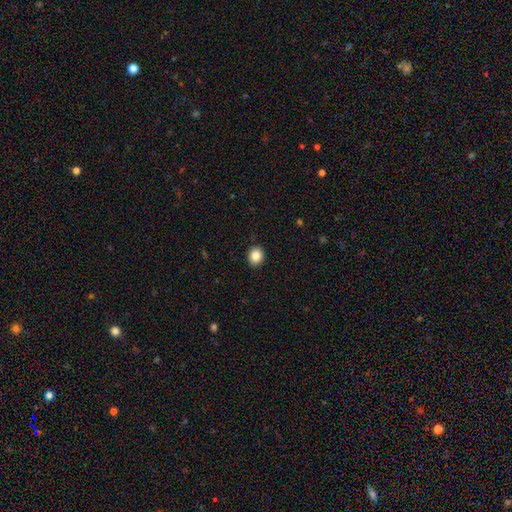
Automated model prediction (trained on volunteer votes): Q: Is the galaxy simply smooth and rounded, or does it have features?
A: smooth — 85%.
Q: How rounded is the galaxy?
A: round — 79%.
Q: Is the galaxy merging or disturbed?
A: none — 91%.